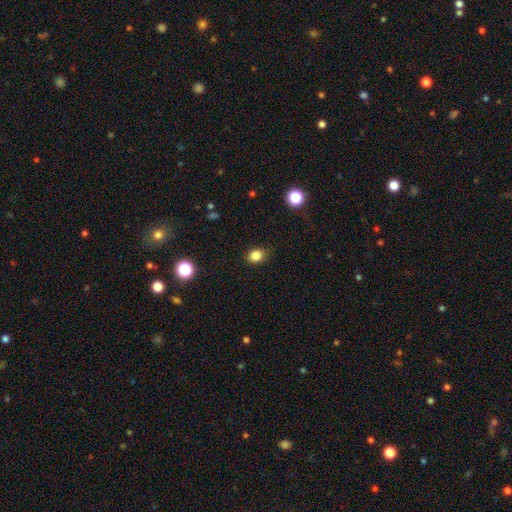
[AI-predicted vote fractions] This is clearly a smooth galaxy (83%). How rounded: possibly in between (52%). Merging: clearly none (84%).